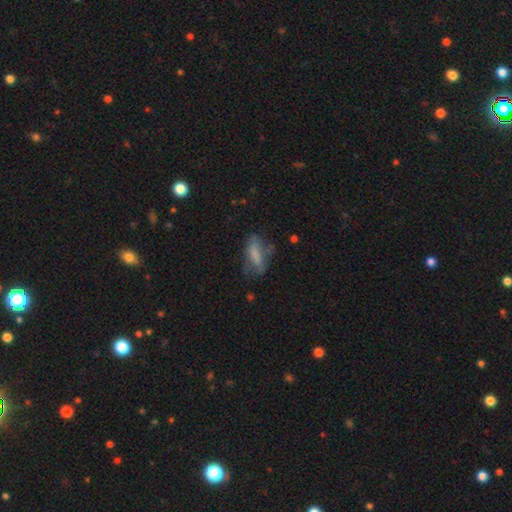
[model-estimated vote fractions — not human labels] This appears to be a smooth galaxy with no disk features (60%) that is in between round and cigar-shaped (69%). Merging: none (41%).